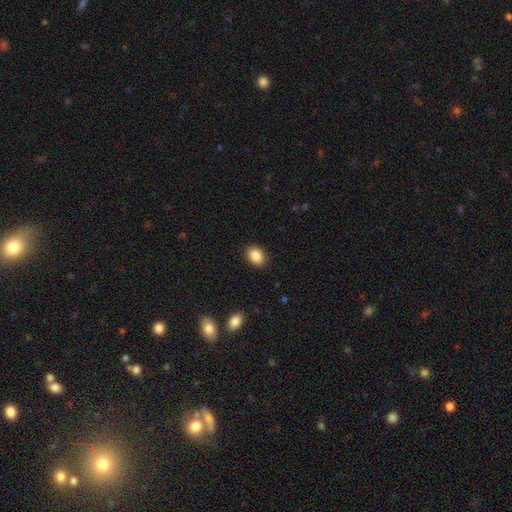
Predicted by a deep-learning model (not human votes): Smooth or featured?
  - smooth: 88% *
  - star or artifact: 8%
  - featured or disk: 4%
How rounded?
  - in between: 70% *
  - round: 29%
  - cigar-shaped: 1%
Merging?
  - none: 88% *
  - minor disturbance: 8%
  - major disturbance: 2%
  - merger: 1%